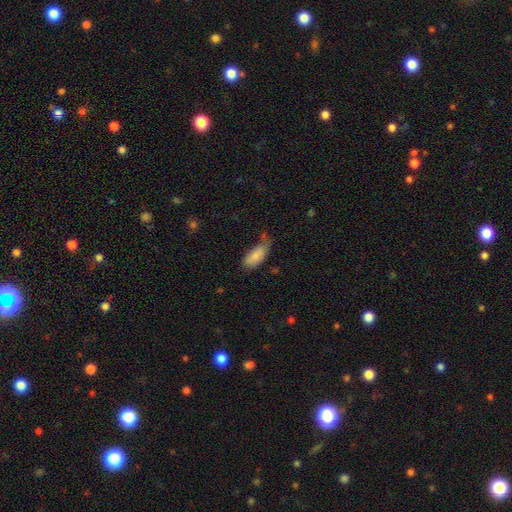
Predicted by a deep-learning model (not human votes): A smooth galaxy with no disk features (85%) that is in between round and cigar-shaped (85%). Merging: none (49%).